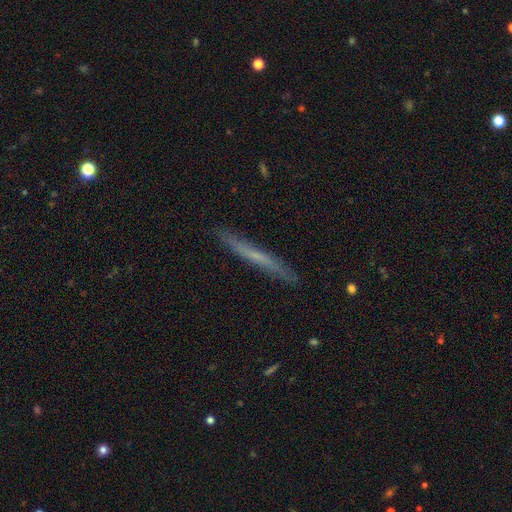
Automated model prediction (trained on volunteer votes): A featured or disk galaxy (48%). Merging: none (89%).